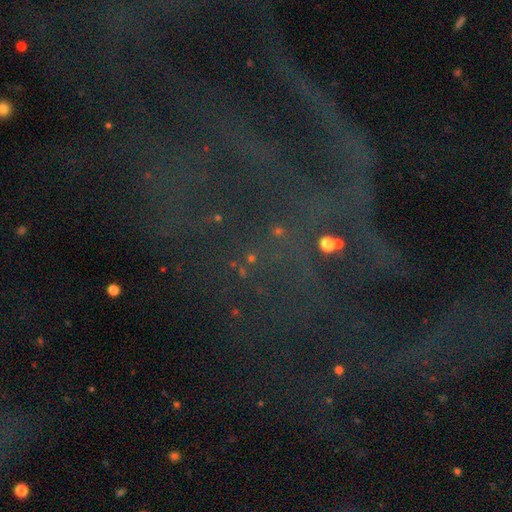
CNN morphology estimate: A star or artifact, not a galaxy (66%).

Vote fractions:
- Smooth or featured? star or artifact: 66% / featured or disk: 23% / smooth: 11%